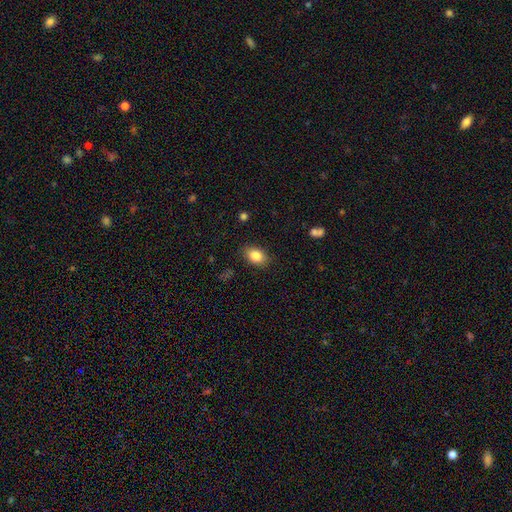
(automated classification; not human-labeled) A smooth galaxy with no disk features (85%) that is in between round and cigar-shaped (82%). Merging: none (86%).